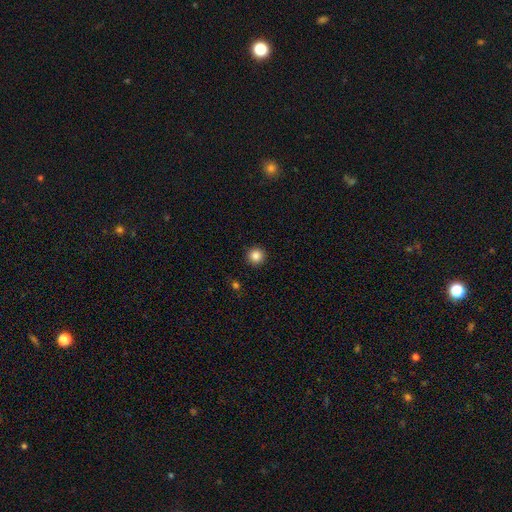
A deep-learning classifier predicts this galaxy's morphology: smooth_or_featured: smooth (p=0.86) [alt: star or artifact p=0.10]
how_rounded: round (p=0.96) [alt: in between p=0.03]
merging: none (p=0.93) [alt: minor disturbance p=0.04]